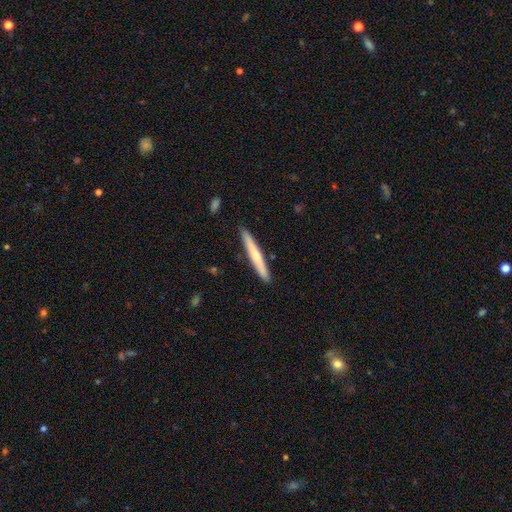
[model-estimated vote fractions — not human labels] A smooth galaxy with no disk features (56%) that is cigar-shaped (96%). Merging: none (90%).